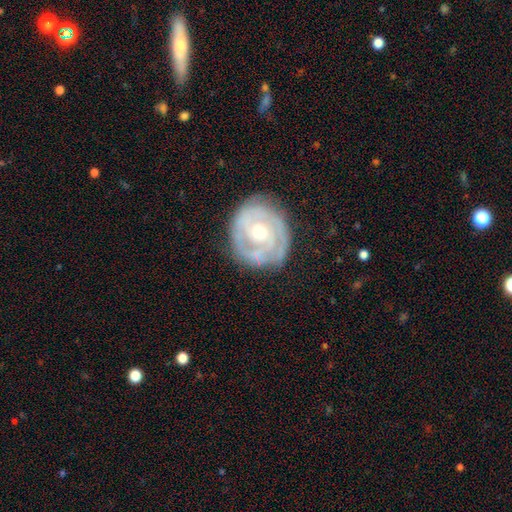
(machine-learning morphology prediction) smooth-or-featured: featured or disk: 81% | smooth: 15% | star or artifact: 5%
  disk-edge-on: no: 97% | yes: 3%
    bar: no: 75% | weak: 20% | strong: 5%
    has-spiral-arms: yes: 86% | no: 14%
      spiral-winding: tight: 72% | medium: 22% | loose: 6%
      spiral-arm-count: 2: 33% | can't tell: 32% | 3: 17% | 1: 8% | 4: 5% | more than 4: 4%
    bulge-size: moderate: 67% | small: 24% | large: 7% | none: 1% | dominant: 1%
  merging: none: 76% | minor disturbance: 16% | major disturbance: 6% | merger: 2%